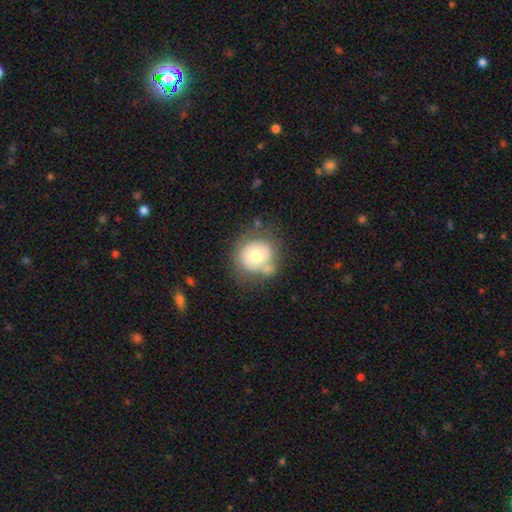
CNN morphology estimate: smooth 58%, featured or disk 34%, star or artifact 8%. Down the decision tree: how rounded — round (85%); merging — none (53%).